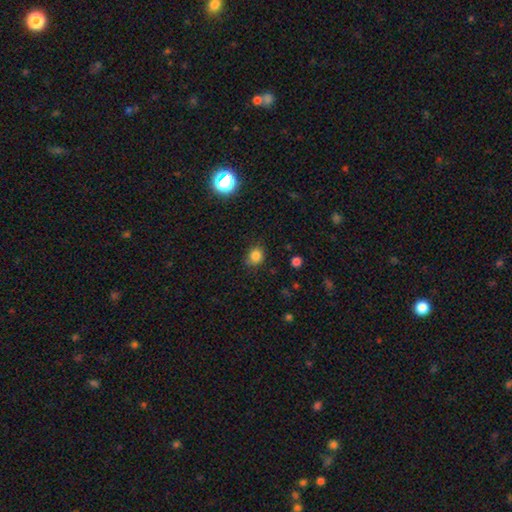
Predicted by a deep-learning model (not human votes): Morphology: type=smooth (82%); roundness=round (65%); merging=none (77%).